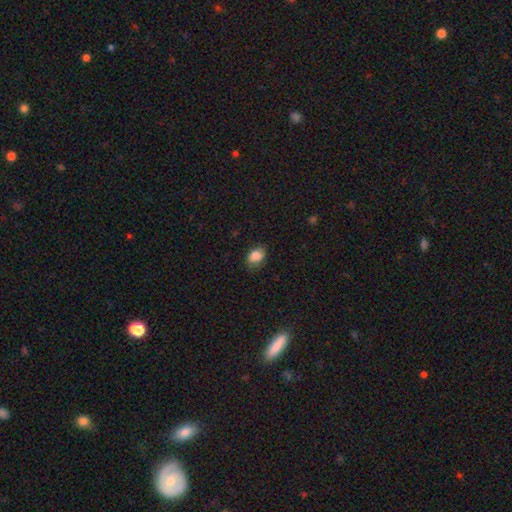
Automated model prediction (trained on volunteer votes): smooth_or_featured: smooth (p=0.84) [alt: star or artifact p=0.09]
how_rounded: in between (p=0.72) [alt: round p=0.27]
merging: none (p=0.70) [alt: minor disturbance p=0.23]